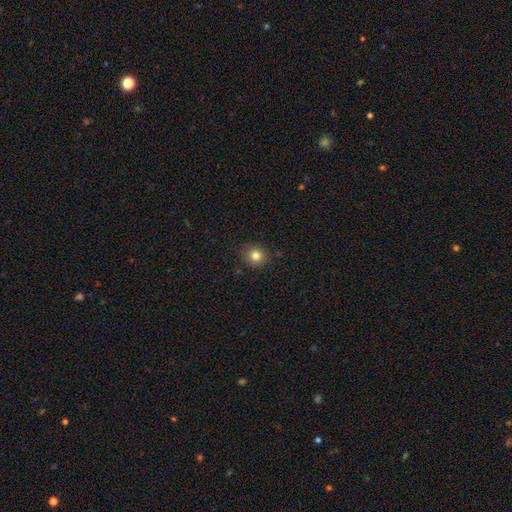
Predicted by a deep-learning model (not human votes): smooth-or-featured: smooth: 81% | star or artifact: 12% | featured or disk: 6%
  how-rounded: round: 89% | in between: 10% | cigar-shaped: 1%
  merging: none: 89% | minor disturbance: 8% | major disturbance: 2% | merger: 1%